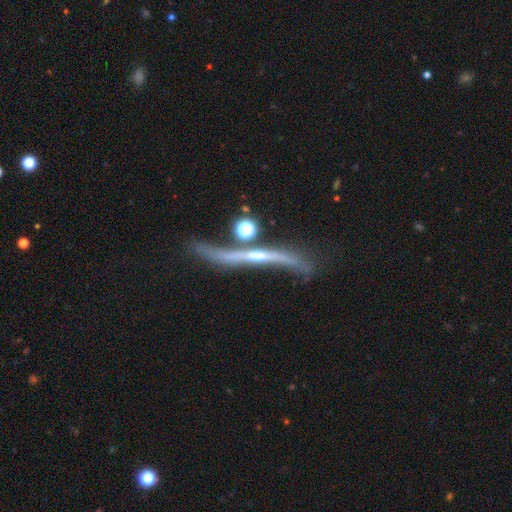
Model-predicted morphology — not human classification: A featured or disk galaxy (80%) viewed edge-on (67%) with a rounded central bulge (65%). Merging: none (44%).